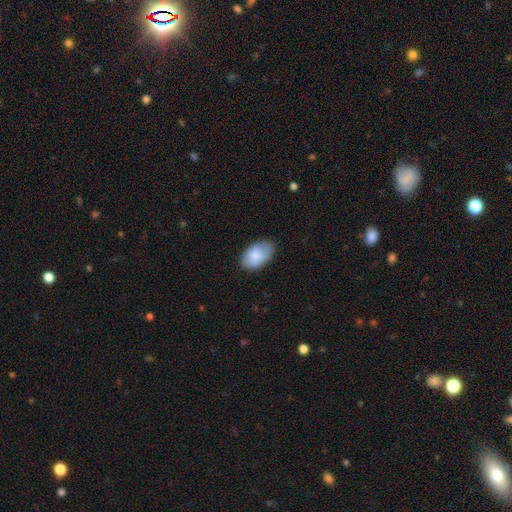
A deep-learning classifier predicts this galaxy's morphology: Smooth or featured? Predicted: smooth (p=0.83). How rounded? Predicted: in between (p=0.94). Merging? Predicted: none (p=0.76).